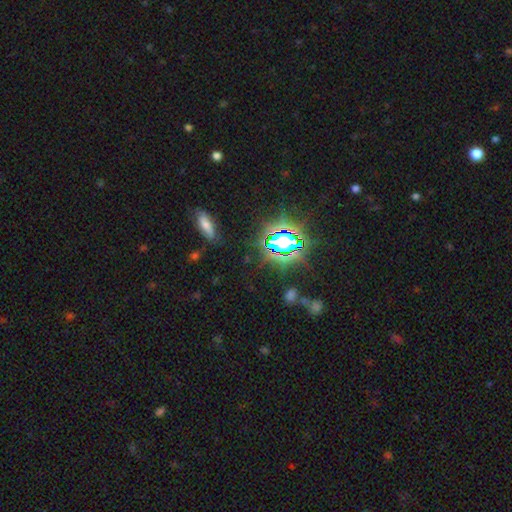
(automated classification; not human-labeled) This is likely a star or artifact rather than a galaxy (69%).